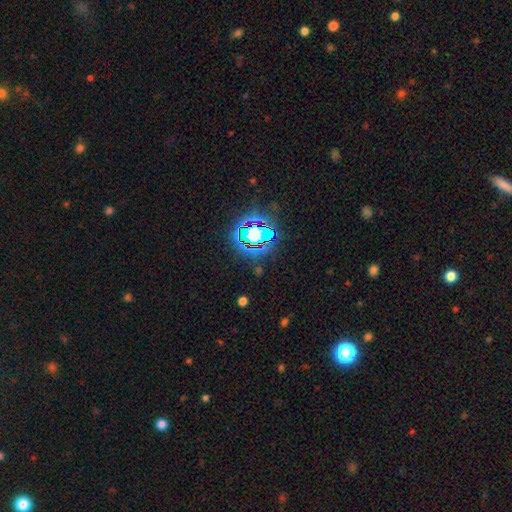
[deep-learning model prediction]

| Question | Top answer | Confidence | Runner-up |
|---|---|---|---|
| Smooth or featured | star or artifact | 80% | smooth (11%) |